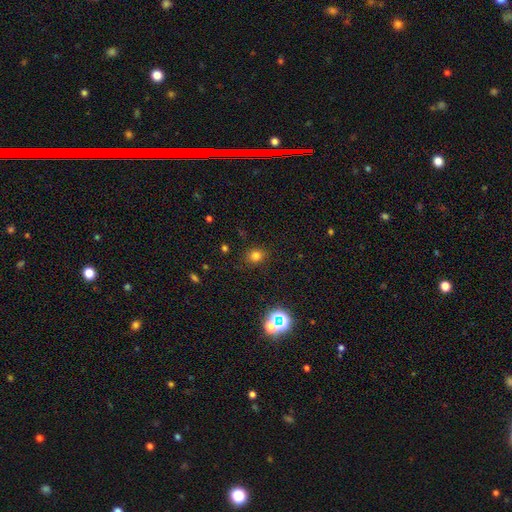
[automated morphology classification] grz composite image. It shows a smooth galaxy with no disk features (75%) that is round (75%). Merging: none (86%).